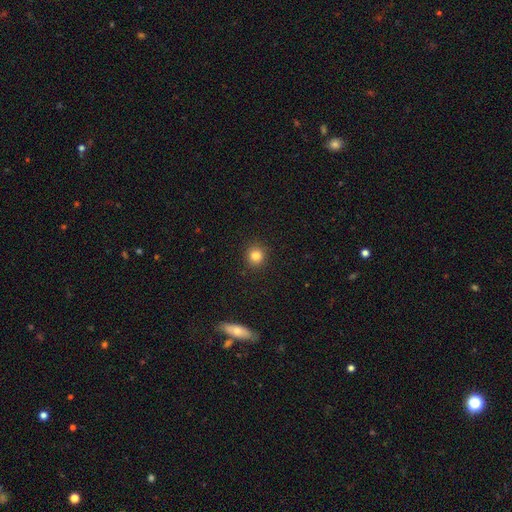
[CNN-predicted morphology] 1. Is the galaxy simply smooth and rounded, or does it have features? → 82% smooth, 12% star or artifact, 6% featured or disk.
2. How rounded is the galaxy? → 93% round, 6% in between, 1% cigar-shaped.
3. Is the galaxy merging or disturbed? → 91% none, 6% minor disturbance, 2% major disturbance, 1% merger.